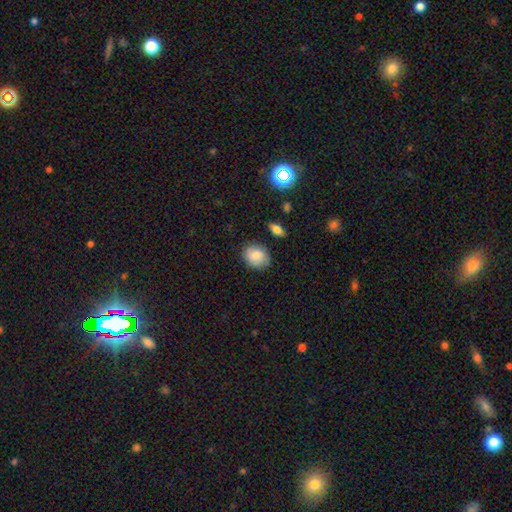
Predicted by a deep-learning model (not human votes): A smooth galaxy with no disk features (82%) that is round (52%).

Vote fractions:
- Smooth or featured? smooth: 82% / featured or disk: 10% / star or artifact: 8%
- How rounded? round: 52% / in between: 47% / cigar-shaped: 1%
- Merging? none: 80% / minor disturbance: 15% / major disturbance: 3% / merger: 2%